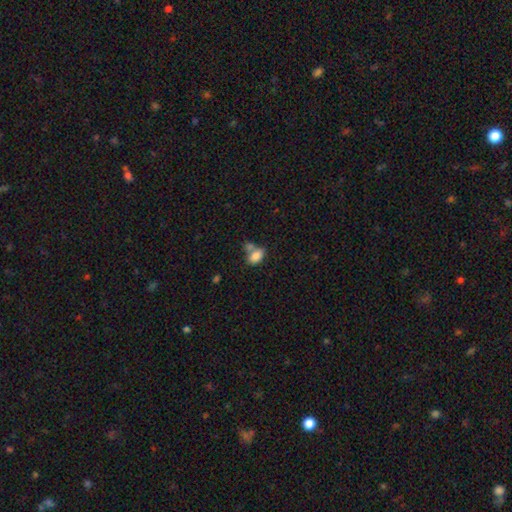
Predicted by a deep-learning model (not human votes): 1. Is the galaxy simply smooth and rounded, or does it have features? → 84% smooth, 9% star or artifact, 8% featured or disk.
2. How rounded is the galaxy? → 87% in between, 11% round, 2% cigar-shaped.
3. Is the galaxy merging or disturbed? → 44% merger, 39% none, 12% minor disturbance, 5% major disturbance.